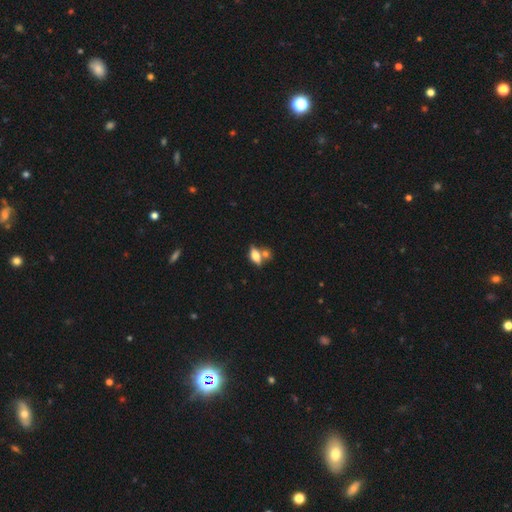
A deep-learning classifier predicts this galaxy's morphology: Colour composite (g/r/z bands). It shows a smooth galaxy with no disk features (64%) that is in between round and cigar-shaped (79%). Merging: none (52%).